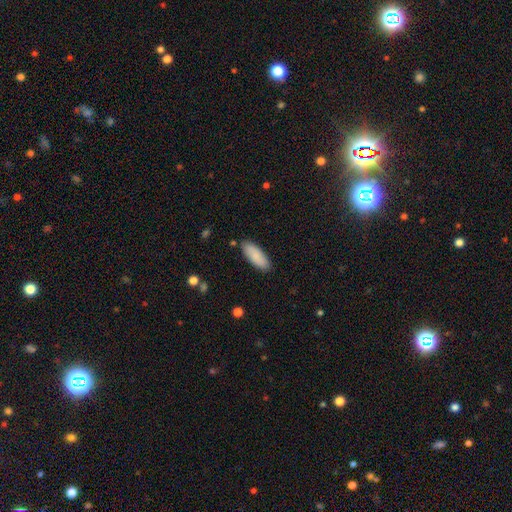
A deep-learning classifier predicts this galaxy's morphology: A smooth galaxy with no disk features (87%) that is in between round and cigar-shaped (74%). Merging: none (86%).